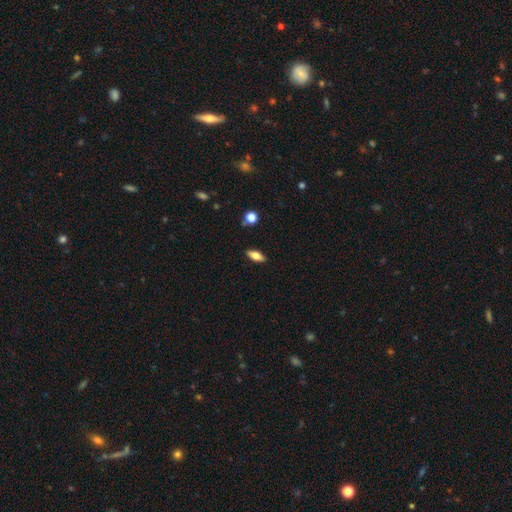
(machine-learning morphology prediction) Q: Smooth or featured?
A: smooth (66%); runner-up: featured or disk (26%)
Q: How rounded?
A: in between (75%); runner-up: cigar-shaped (21%)
Q: Merging?
A: none (87%); runner-up: minor disturbance (9%)